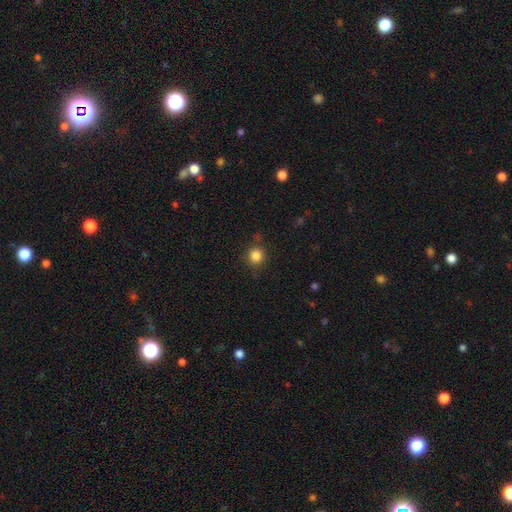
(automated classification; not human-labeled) Smooth or featured: smooth — 84% (star or artifact — 11%)
How rounded: round — 89% (in between — 10%)
Merging: none — 82% (minor disturbance — 12%)